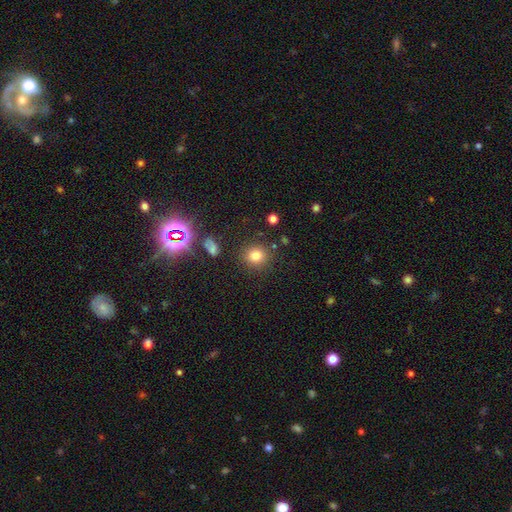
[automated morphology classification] A smooth galaxy with no disk features (76%) that is round (86%).

Vote fractions:
- Smooth or featured? smooth: 76% / star or artifact: 16% / featured or disk: 8%
- How rounded? round: 86% / in between: 13% / cigar-shaped: 1%
- Merging? none: 85% / minor disturbance: 8% / major disturbance: 4% / merger: 3%